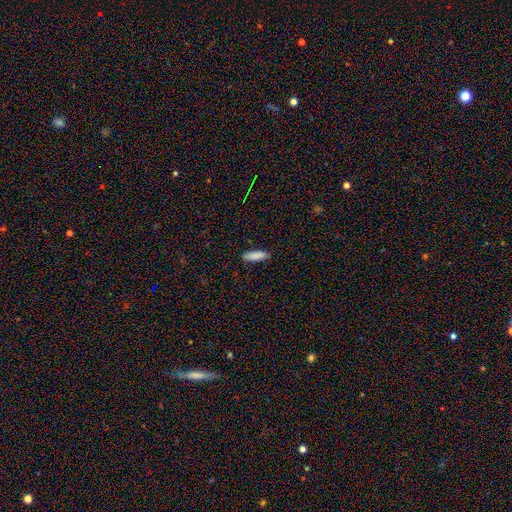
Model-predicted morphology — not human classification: Smooth or featured?
  - smooth: 88% *
  - star or artifact: 6%
  - featured or disk: 6%
How rounded?
  - cigar-shaped: 55% *
  - in between: 44%
  - round: 2%
Merging?
  - none: 88% *
  - minor disturbance: 9%
  - major disturbance: 2%
  - merger: 1%